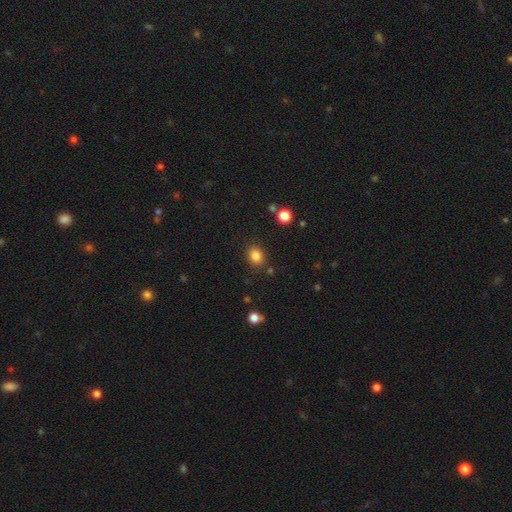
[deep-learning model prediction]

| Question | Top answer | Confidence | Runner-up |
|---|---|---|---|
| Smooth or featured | smooth | 84% | star or artifact (11%) |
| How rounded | in between | 52% | round (47%) |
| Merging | none | 82% | minor disturbance (11%) |